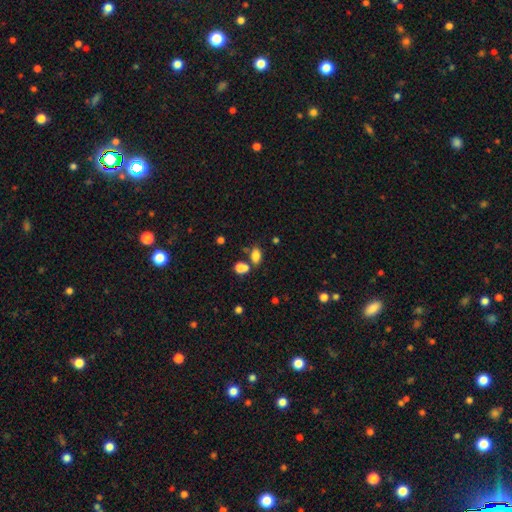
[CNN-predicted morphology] Overall: smooth (82%). How rounded: in between (87%). Merging: none (60%; merger 23%).